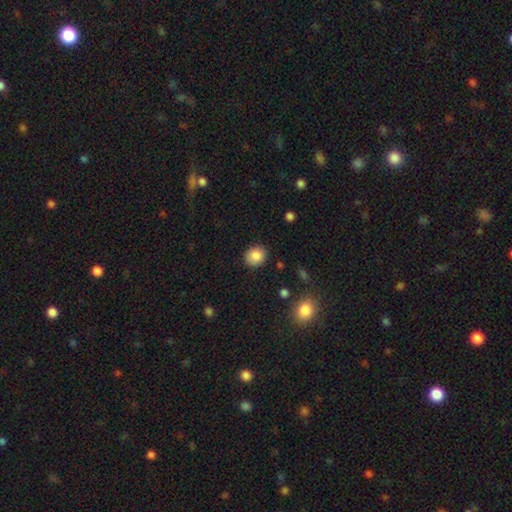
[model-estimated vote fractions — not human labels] smooth_or_featured: smooth (p=0.86) [alt: star or artifact p=0.09]
how_rounded: round (p=0.76) [alt: in between p=0.23]
merging: none (p=0.87) [alt: minor disturbance p=0.09]